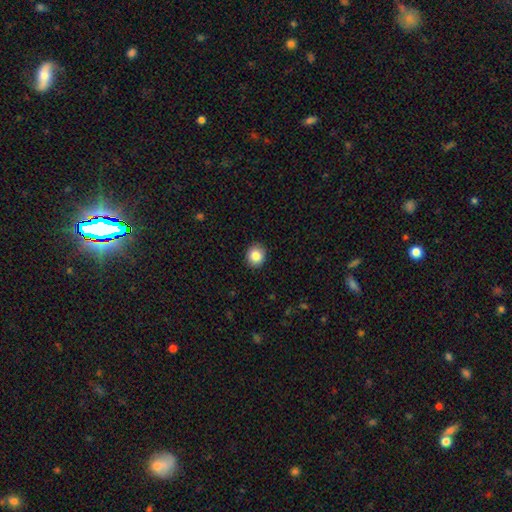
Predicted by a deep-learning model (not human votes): Smooth or featured? Predicted: smooth (p=0.85). How rounded? Predicted: round (p=0.76). Merging? Predicted: none (p=0.91).